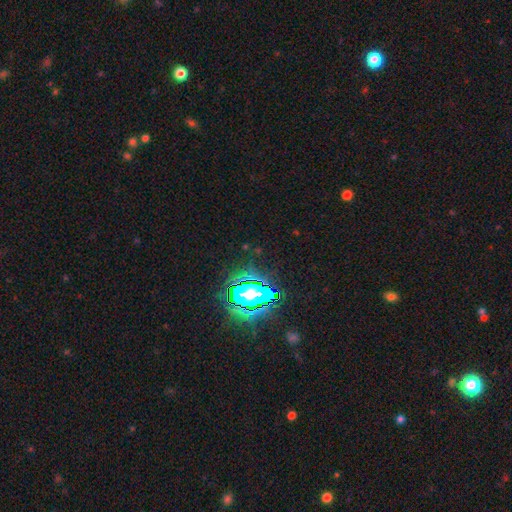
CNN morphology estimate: Smooth or featured: star or artifact — 79% (smooth — 12%)